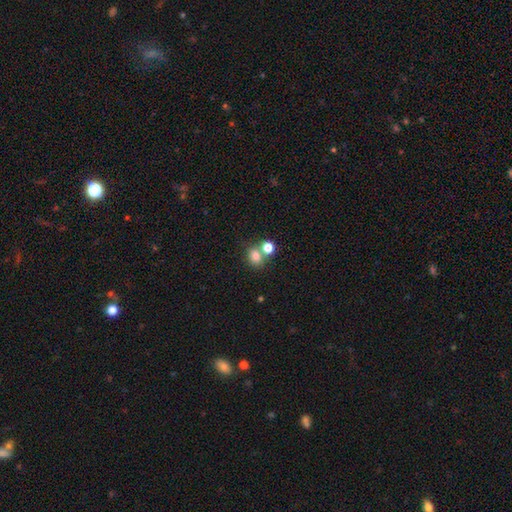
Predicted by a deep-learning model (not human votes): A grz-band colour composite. It shows a smooth galaxy with no disk features (79%) that is round (54%). Merging: none (49%).